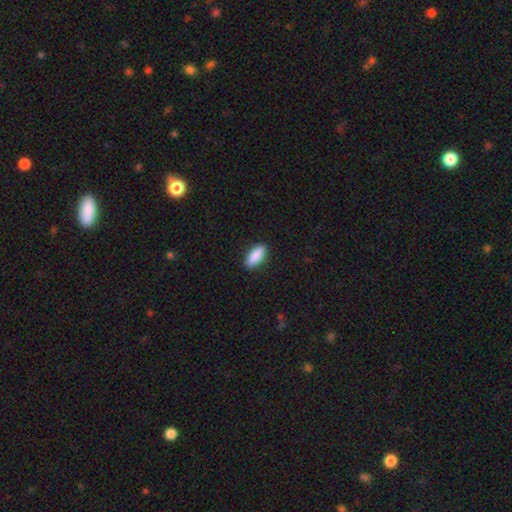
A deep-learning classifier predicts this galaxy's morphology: smooth 90%, star or artifact 6%, featured or disk 5%. Down the decision tree: how rounded — in between (76%); merging — none (90%).